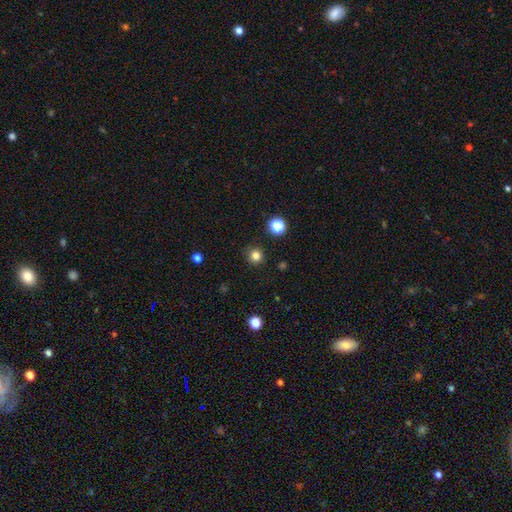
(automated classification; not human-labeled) smooth_or_featured: smooth (p=0.81) [alt: star or artifact p=0.15]
how_rounded: round (p=0.94) [alt: in between p=0.05]
merging: none (p=0.89) [alt: minor disturbance p=0.07]